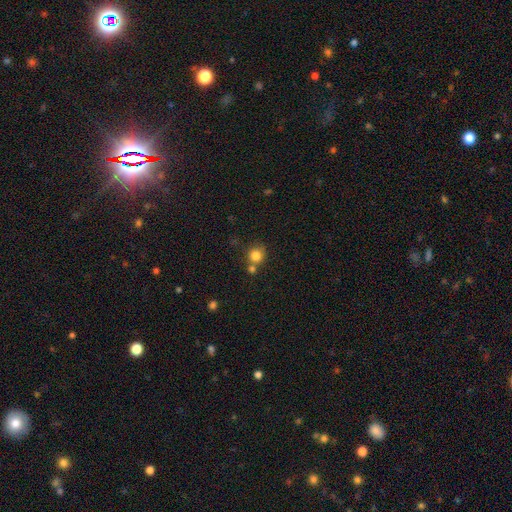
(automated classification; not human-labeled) Smooth or featured? Predicted: smooth (p=0.82). How rounded? Predicted: round (p=0.87). Merging? Predicted: none (p=0.63).